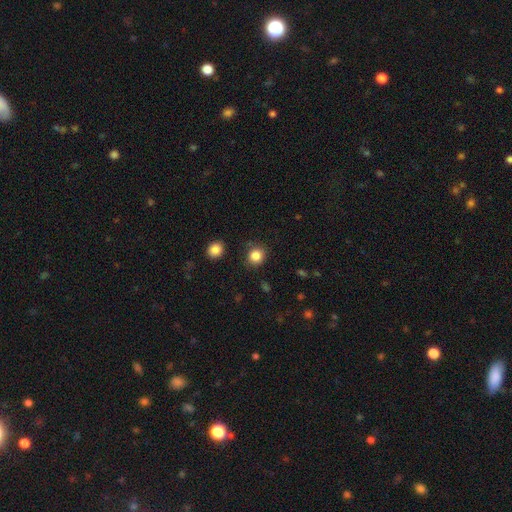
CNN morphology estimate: Smooth or featured? smooth (85%)
How rounded? round (82%)
Merging? none (84%)